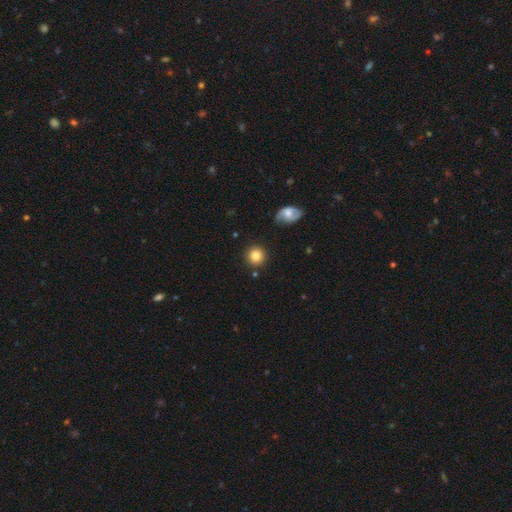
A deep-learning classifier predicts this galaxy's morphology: A smooth galaxy with no disk features (83%) that is round (93%). Merging: none (87%).